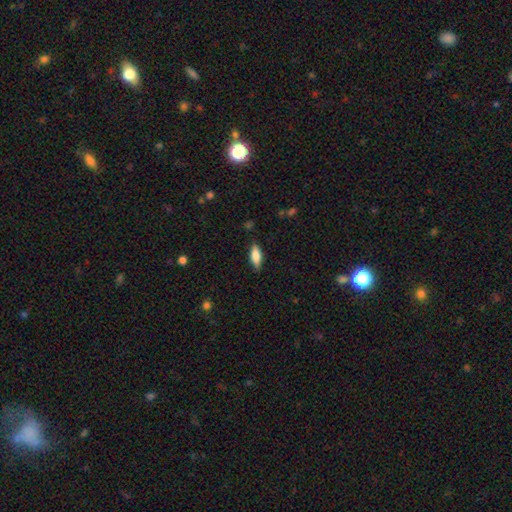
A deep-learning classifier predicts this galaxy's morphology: smooth_or_featured: smooth (p=0.77) [alt: featured or disk p=0.17]
how_rounded: in between (p=0.72) [alt: cigar-shaped p=0.25]
merging: none (p=0.84) [alt: minor disturbance p=0.12]